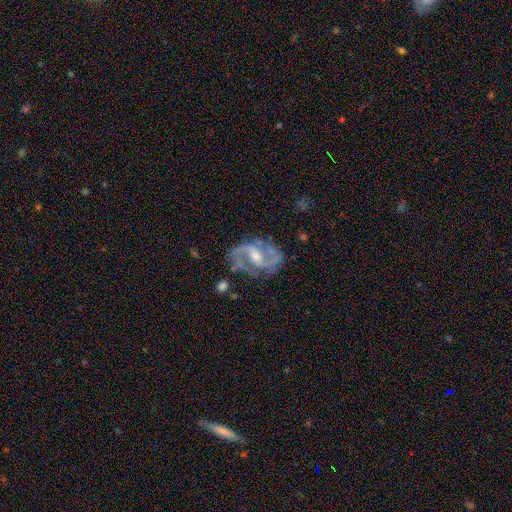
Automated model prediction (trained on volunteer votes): The model was most divided on "bulge size": moderate: 55%, small: 35%, large: 4%, none: 4%, dominant: 1%. More confident: edge-on disk — no (97%); spiral arms — yes (96%); smooth or featured — featured or disk (89%); spiral arm count — 2 (80%); merging — none (66%); spiral winding — medium (55%); bar — weak (51%).